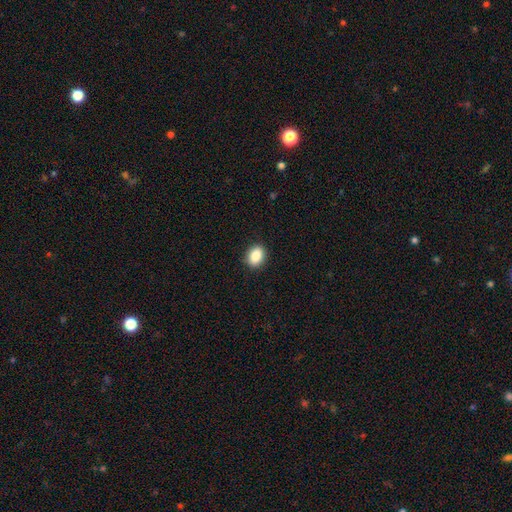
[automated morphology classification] Smooth or featured? Predicted: smooth (p=0.87). How rounded? Predicted: in between (p=0.71). Merging? Predicted: none (p=0.90).